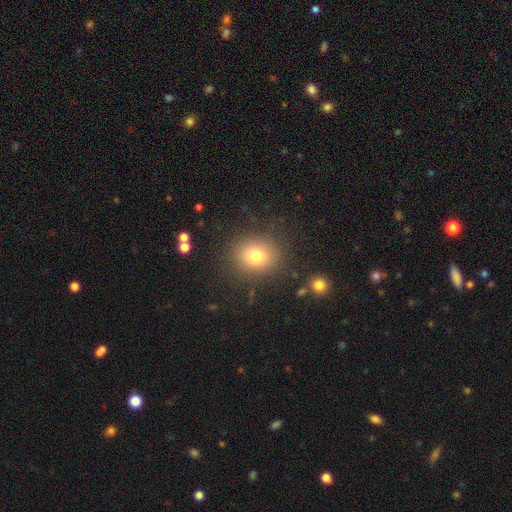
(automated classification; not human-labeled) smooth 78%, star or artifact 12%, featured or disk 9%. Down the decision tree: how rounded — round (70%); merging — none (84%).